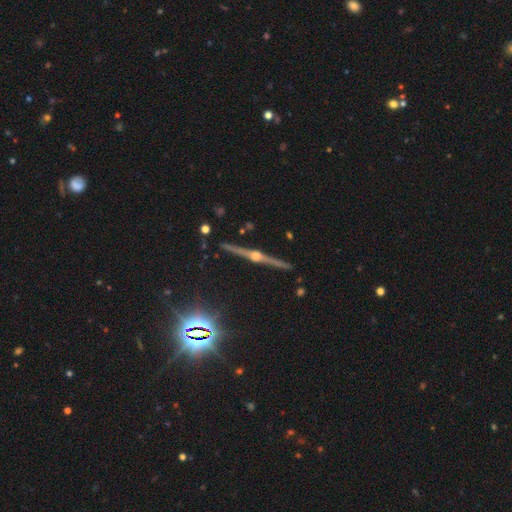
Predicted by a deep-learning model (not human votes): featured or disk 87%, star or artifact 8%, smooth 5%. Down the decision tree: edge-on disk — yes (98%); edge-on bulge — rounded (94%); merging — none (92%).